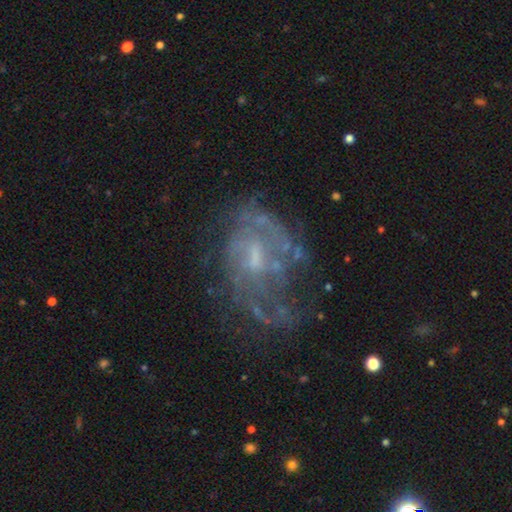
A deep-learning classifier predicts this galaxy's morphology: Smooth or featured?
  - featured or disk: 75% *
  - smooth: 14%
  - star or artifact: 12%
Edge-on disk?
  - no: 97% *
  - yes: 3%
Bar?
  - no: 51% *
  - weak: 42%
  - strong: 7%
Spiral arms?
  - yes: 65% *
  - no: 35%
Bulge size?
  - small: 46% *
  - moderate: 28%
  - none: 23%
  - large: 2%
  - dominant: 1%
Merging?
  - none: 46% *
  - major disturbance: 29%
  - minor disturbance: 21%
  - merger: 4%